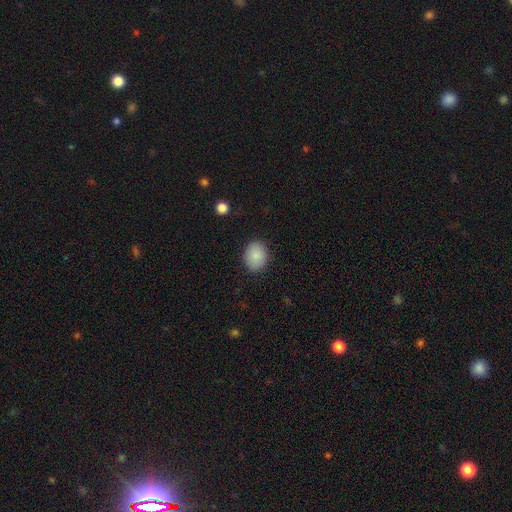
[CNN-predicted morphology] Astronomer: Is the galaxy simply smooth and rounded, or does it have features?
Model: smooth — 88%.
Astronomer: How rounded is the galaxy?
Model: in between — 51% (runner-up: round, 49%).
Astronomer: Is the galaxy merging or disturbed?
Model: none — 87%.